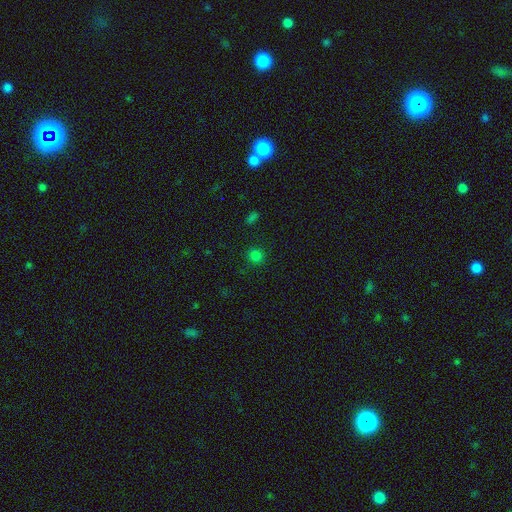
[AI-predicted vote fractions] Smooth or featured? smooth (79%)
How rounded? round (87%)
Merging? none (88%)